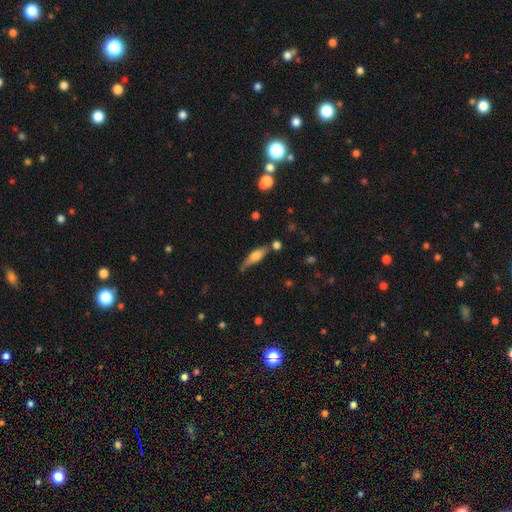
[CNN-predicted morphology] Smooth or featured? smooth (60%)
How rounded? cigar-shaped (52%)
Merging? none (50%)